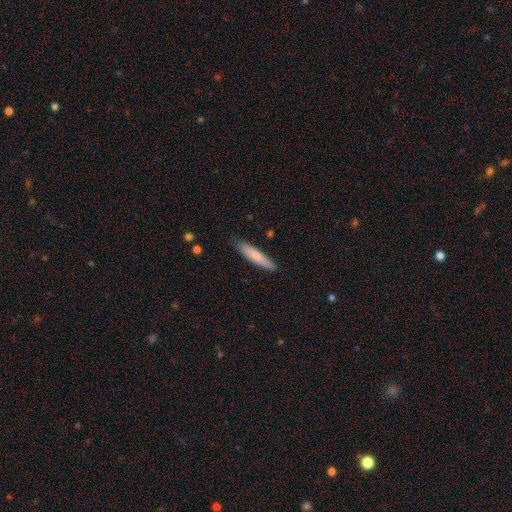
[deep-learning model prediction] The model was most divided on "smooth or featured": smooth: 76%, featured or disk: 19%, star or artifact: 5%. More confident: how rounded — cigar-shaped (88%); merging — none (84%).